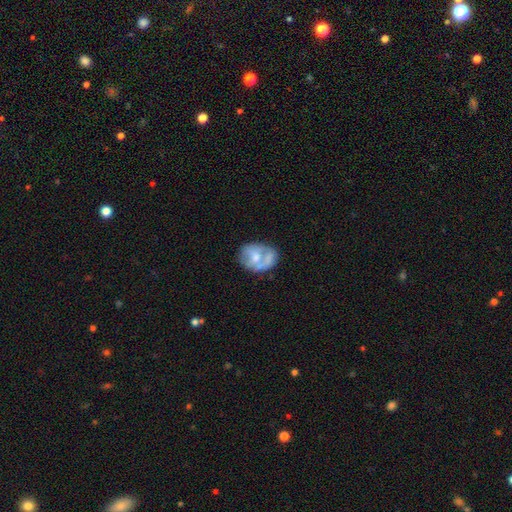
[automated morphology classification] This appears to be a featured or disk galaxy (50%). Merging: none (46%).